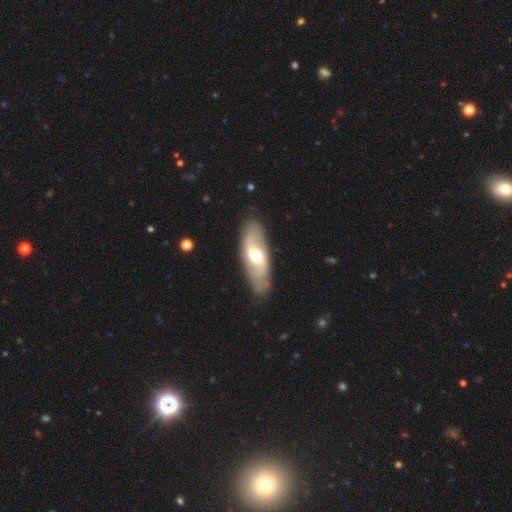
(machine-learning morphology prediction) Overall: featured or disk (52%; smooth 43%). Edge-on disk: no (82%). Merging: none (80%).